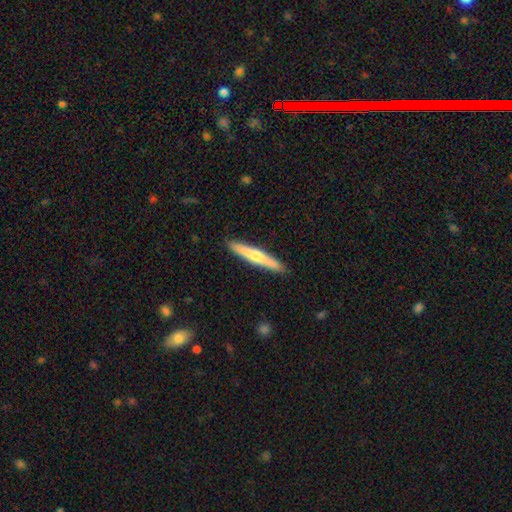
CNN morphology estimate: smooth_or_featured: smooth (p=0.52) [alt: featured or disk p=0.43]
how_rounded: cigar-shaped (p=0.94) [alt: in between p=0.04]
merging: none (p=0.91) [alt: minor disturbance p=0.07]